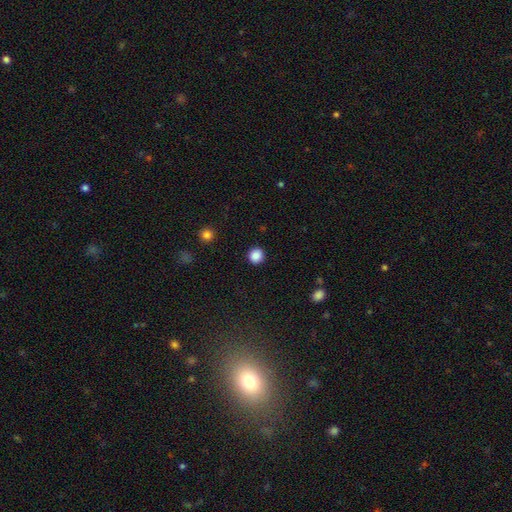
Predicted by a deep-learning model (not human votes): Morphology: type=smooth (87%); roundness=round (92%); merging=none (92%).